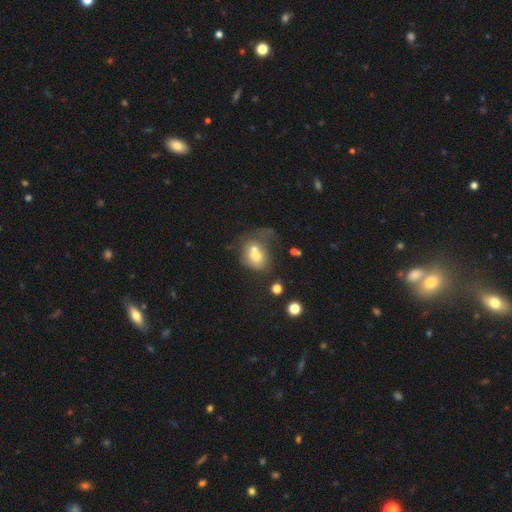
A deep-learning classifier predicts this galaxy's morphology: smooth-or-featured: smooth: 64% | featured or disk: 25% | star or artifact: 11%
  how-rounded: in between: 50% | round: 49% | cigar-shaped: 1%
  merging: merger: 54% | none: 19% | major disturbance: 15% | minor disturbance: 12%